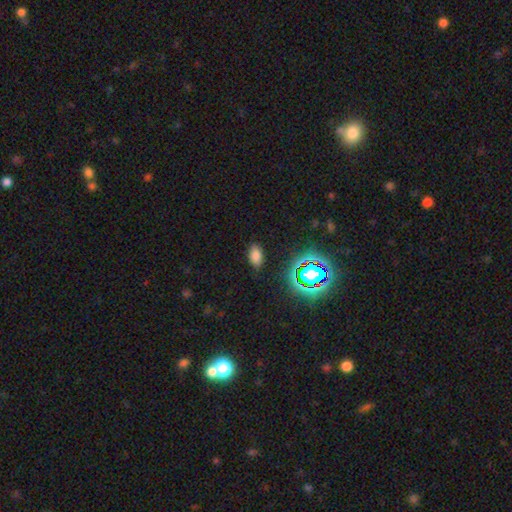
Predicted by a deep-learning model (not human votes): Morphology: type=smooth (73%); roundness=in between (91%); merging=none (85%).